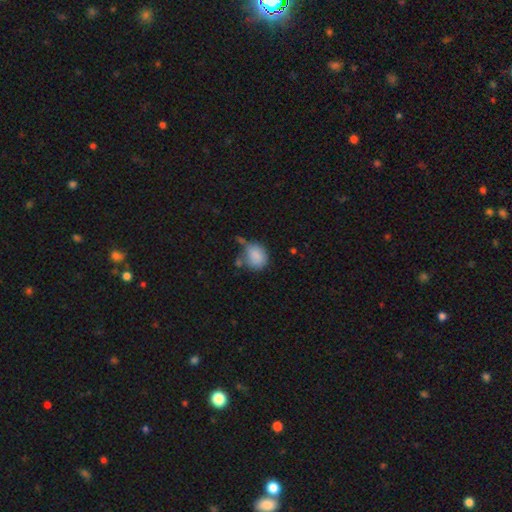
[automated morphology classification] A smooth galaxy with no disk features (84%) that is round (58%).

Vote fractions:
- Smooth or featured? smooth: 84% / star or artifact: 8% / featured or disk: 7%
- How rounded? round: 58% / in between: 41% / cigar-shaped: 1%
- Merging? none: 49% / minor disturbance: 27% / merger: 13% / major disturbance: 11%